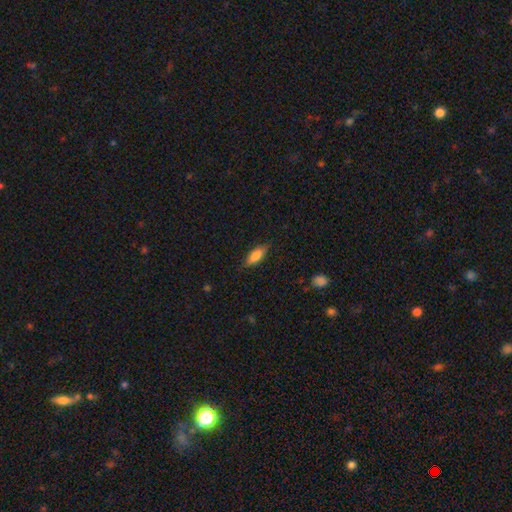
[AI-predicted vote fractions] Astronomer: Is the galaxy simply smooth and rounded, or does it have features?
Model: smooth — 74%.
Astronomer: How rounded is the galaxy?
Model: in between — 62%.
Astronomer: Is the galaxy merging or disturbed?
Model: none — 81%.